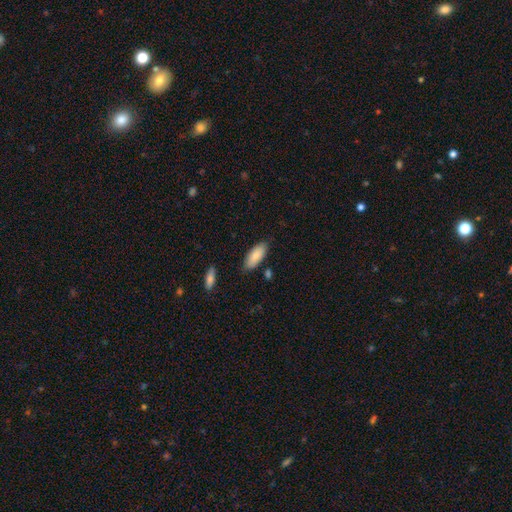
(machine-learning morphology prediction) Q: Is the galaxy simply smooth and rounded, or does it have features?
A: smooth — 86%.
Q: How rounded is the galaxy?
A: in between — 82%.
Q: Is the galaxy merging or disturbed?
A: none — 82%.